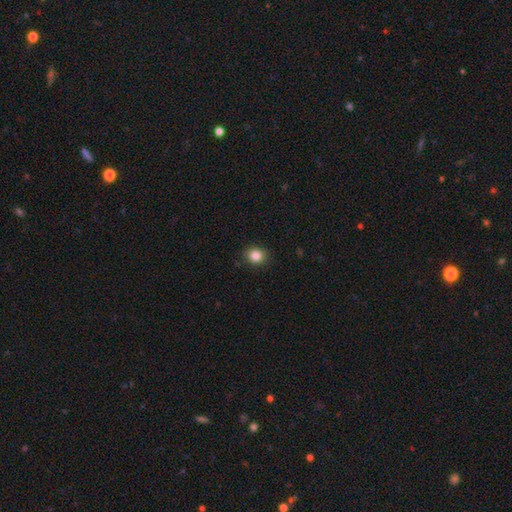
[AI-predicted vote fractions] Smooth or featured?
  - smooth: 85% *
  - star or artifact: 11%
  - featured or disk: 5%
How rounded?
  - round: 76% *
  - in between: 23%
  - cigar-shaped: 1%
Merging?
  - none: 88% *
  - minor disturbance: 9%
  - major disturbance: 2%
  - merger: 1%